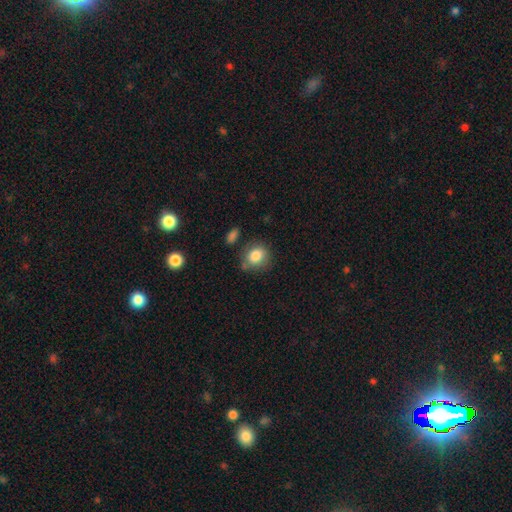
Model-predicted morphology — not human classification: Smooth or featured?
  - smooth: 83% *
  - featured or disk: 8%
  - star or artifact: 8%
How rounded?
  - round: 71% *
  - in between: 28%
  - cigar-shaped: 1%
Merging?
  - none: 66% *
  - minor disturbance: 21%
  - merger: 6%
  - major disturbance: 6%